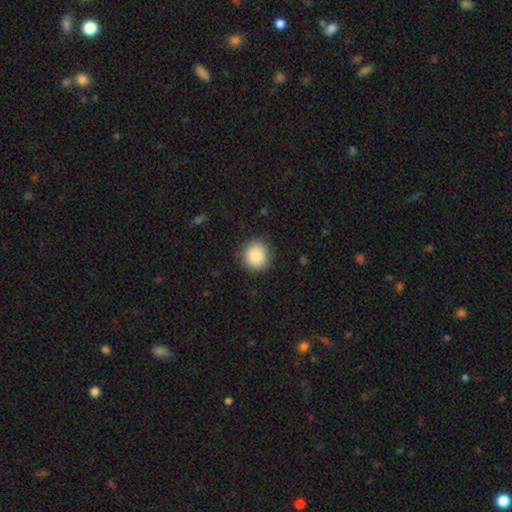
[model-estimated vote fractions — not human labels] Overall: smooth (88%). How rounded: round (88%). Merging: none (87%).